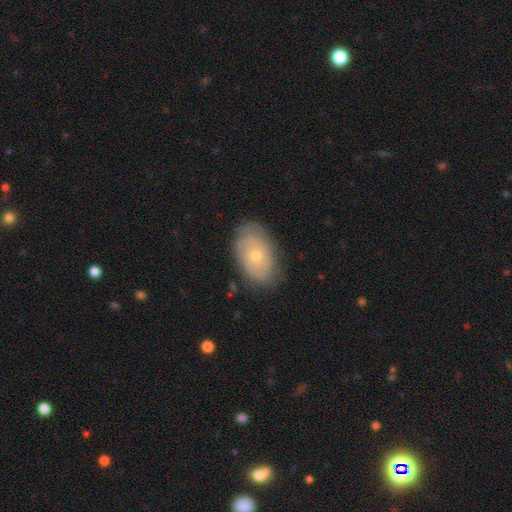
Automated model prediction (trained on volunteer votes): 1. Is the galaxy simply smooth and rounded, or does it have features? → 55% featured or disk, 38% smooth, 7% star or artifact.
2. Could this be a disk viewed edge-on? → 93% no, 7% yes.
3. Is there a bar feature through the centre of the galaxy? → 85% no, 12% weak, 2% strong.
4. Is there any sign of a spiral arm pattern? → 60% yes, 40% no.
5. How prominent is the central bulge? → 59% small, 38% moderate, 1% large, 1% none, 1% dominant.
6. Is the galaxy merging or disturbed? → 76% none, 18% minor disturbance, 5% major disturbance, 1% merger.